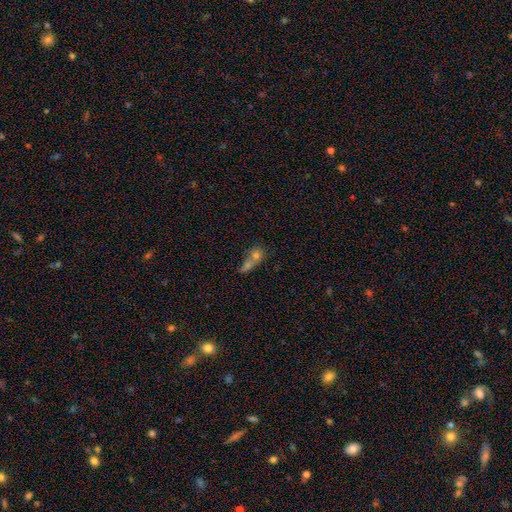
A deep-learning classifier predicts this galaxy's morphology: Smooth or featured?
  - smooth: 62% *
  - featured or disk: 22%
  - star or artifact: 16%
How rounded?
  - round: 58% *
  - in between: 36%
  - cigar-shaped: 5%
Merging?
  - merger: 60% *
  - none: 25%
  - minor disturbance: 8%
  - major disturbance: 7%